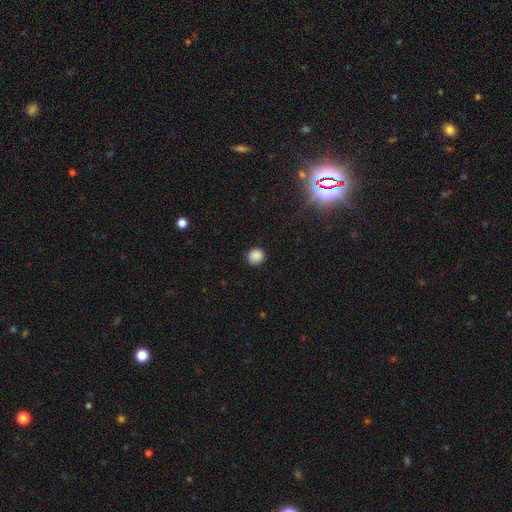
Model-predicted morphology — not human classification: This is clearly a smooth galaxy (87%). How rounded: clearly round (88%). Merging: clearly none (89%).